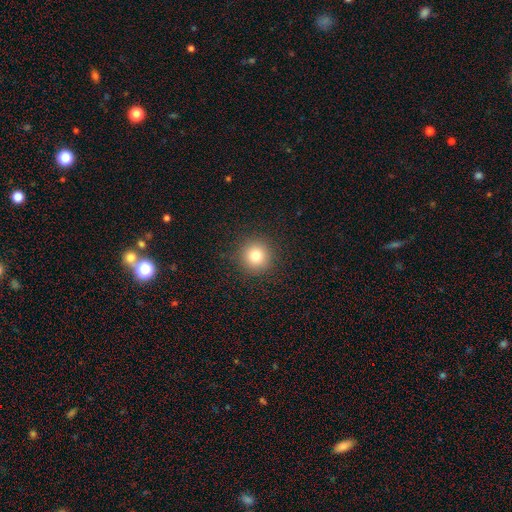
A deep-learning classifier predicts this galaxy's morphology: A smooth galaxy with no disk features (80%) that is round (94%). Merging: none (91%).